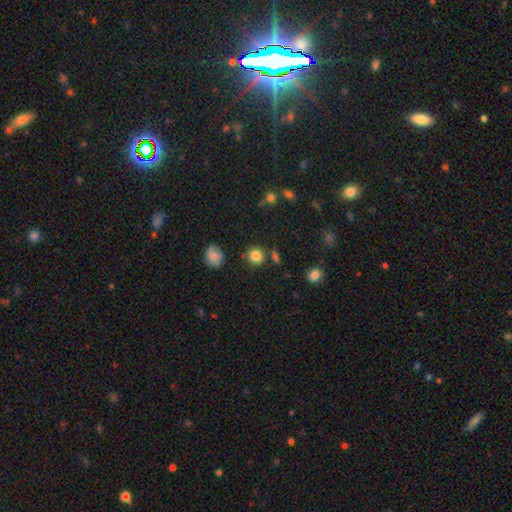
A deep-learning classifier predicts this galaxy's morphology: Q: Smooth or featured?
A: smooth (83%); runner-up: star or artifact (12%)
Q: How rounded?
A: round (90%); runner-up: in between (9%)
Q: Merging?
A: none (83%); runner-up: minor disturbance (9%)